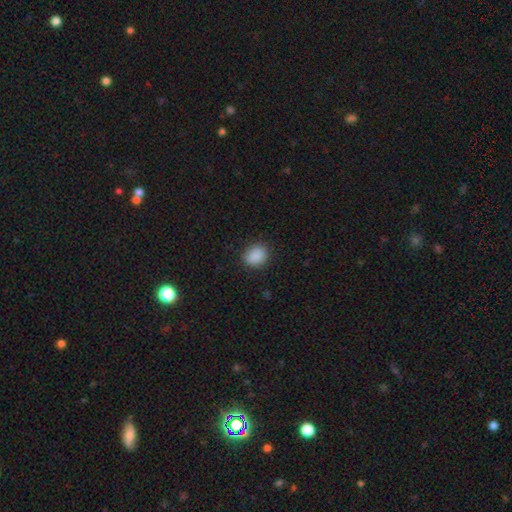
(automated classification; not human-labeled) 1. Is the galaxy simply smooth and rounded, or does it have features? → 88% smooth, 9% star or artifact, 3% featured or disk.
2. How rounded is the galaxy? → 57% round, 42% in between, 1% cigar-shaped.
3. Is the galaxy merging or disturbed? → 85% none, 11% minor disturbance, 3% major disturbance, 1% merger.